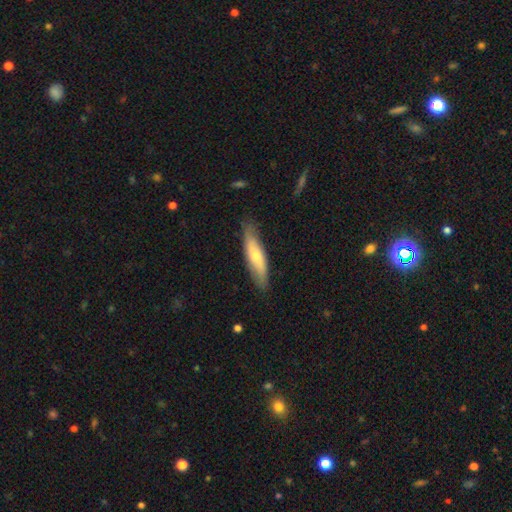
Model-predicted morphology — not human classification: The model was most divided on "smooth or featured": smooth: 58%, featured or disk: 36%, star or artifact: 5%. More confident: merging — none (81%); how rounded — cigar-shaped (67%).